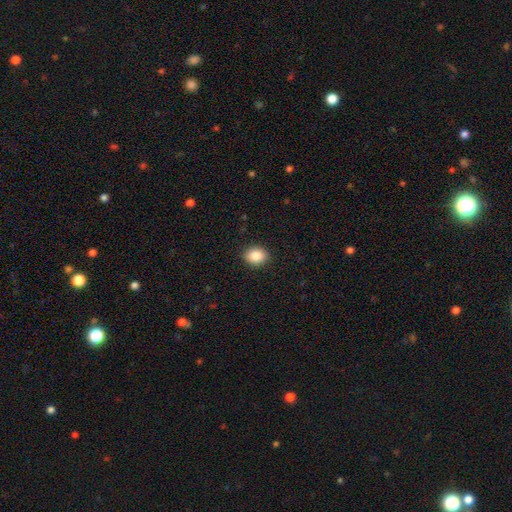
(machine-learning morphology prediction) This is clearly a smooth galaxy (87%). How rounded: possibly in between (56%). Merging: clearly none (90%).